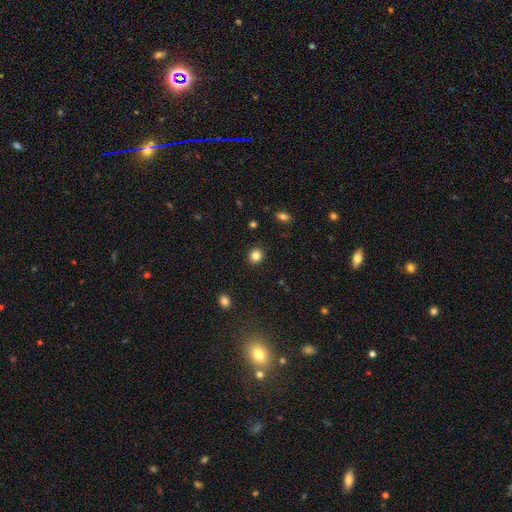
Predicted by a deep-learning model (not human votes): This is clearly a smooth galaxy (84%). How rounded: clearly round (84%). Merging: clearly none (91%).